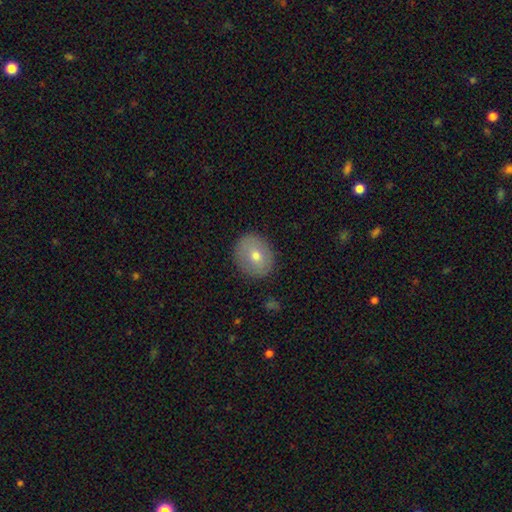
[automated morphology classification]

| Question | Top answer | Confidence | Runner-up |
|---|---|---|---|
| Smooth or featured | smooth | 64% | featured or disk (28%) |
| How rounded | round | 64% | in between (35%) |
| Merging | none | 87% | minor disturbance (9%) |